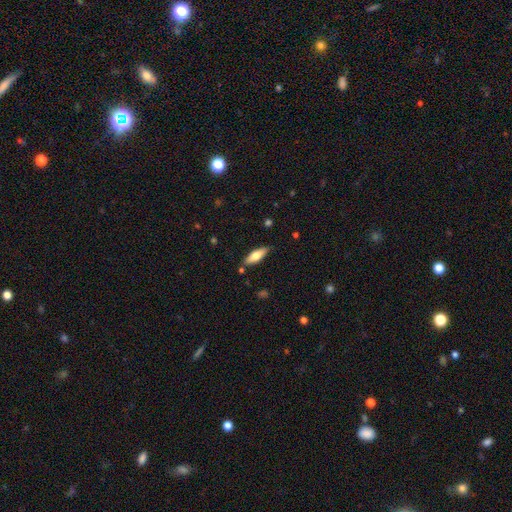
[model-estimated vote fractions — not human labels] smooth 61%, featured or disk 33%, star or artifact 6%. Down the decision tree: how rounded — in between (54%); merging — none (84%).